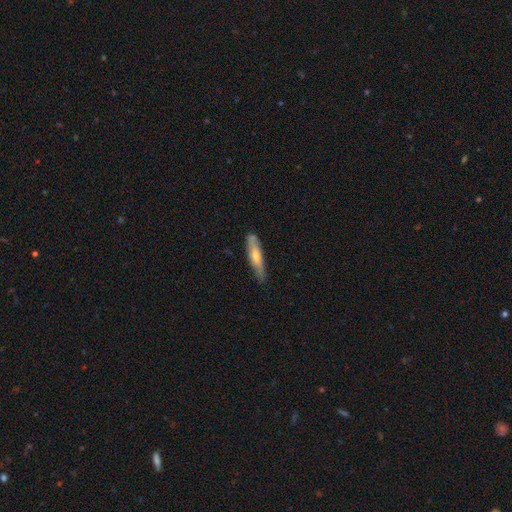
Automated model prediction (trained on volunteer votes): Smooth or featured?
  - smooth: 53% *
  - featured or disk: 41%
  - star or artifact: 6%
How rounded?
  - cigar-shaped: 82% *
  - in between: 17%
  - round: 2%
Merging?
  - none: 78% *
  - minor disturbance: 17%
  - major disturbance: 3%
  - merger: 2%